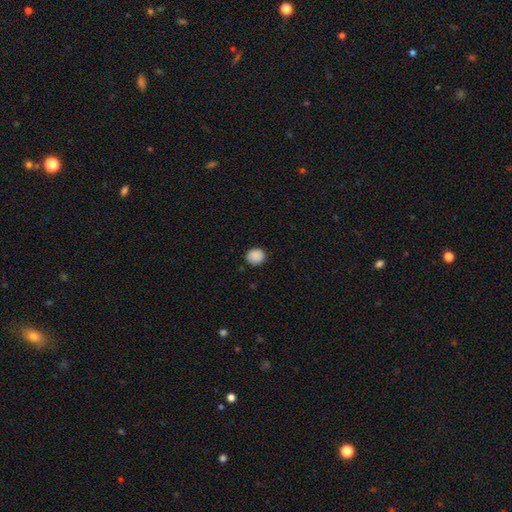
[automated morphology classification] Smooth or featured? Predicted: smooth (p=0.89). How rounded? Predicted: round (p=0.84). Merging? Predicted: none (p=0.88).